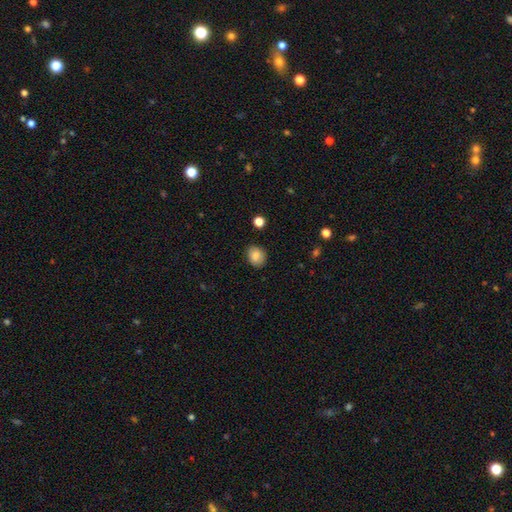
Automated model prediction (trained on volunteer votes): smooth-or-featured: smooth: 86% | star or artifact: 9% | featured or disk: 5%
  how-rounded: round: 57% | in between: 42% | cigar-shaped: 1%
  merging: none: 86% | minor disturbance: 10% | major disturbance: 2% | merger: 1%